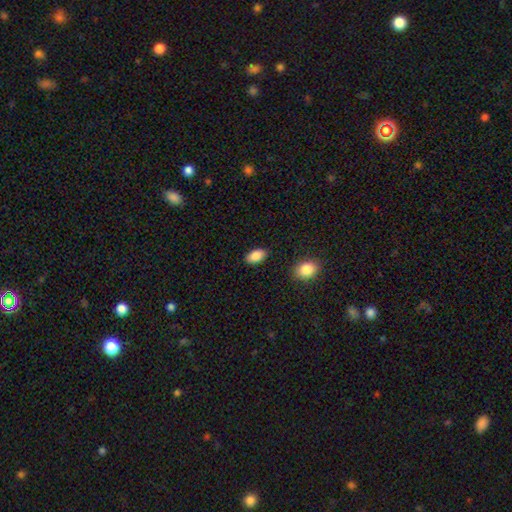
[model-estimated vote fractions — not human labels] Smooth or featured: smooth — 88% (star or artifact — 7%)
How rounded: in between — 93% (round — 5%)
Merging: none — 87% (minor disturbance — 9%)